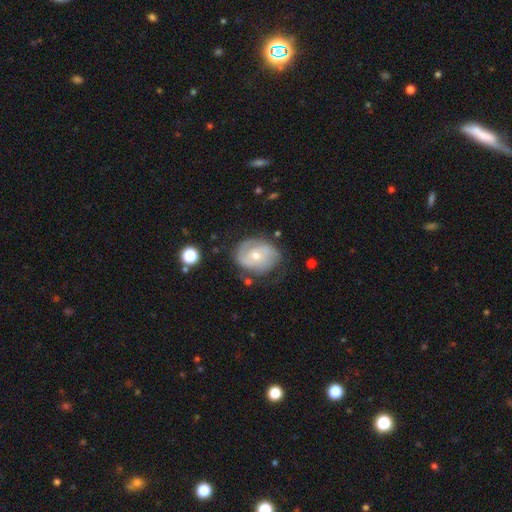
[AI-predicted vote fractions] A featured or disk galaxy (62%) with no bar (66%), spiral arms (77%) and a small central bulge (51%). Merging: none (63%).